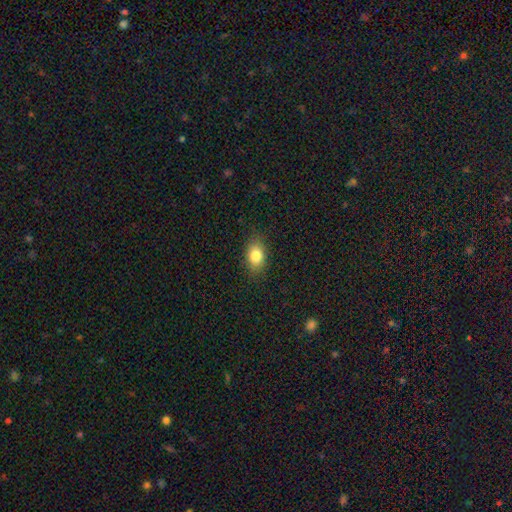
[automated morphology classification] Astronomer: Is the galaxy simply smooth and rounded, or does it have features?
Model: smooth — 82%.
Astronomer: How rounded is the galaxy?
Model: in between — 80%.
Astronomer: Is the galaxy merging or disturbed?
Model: none — 85%.